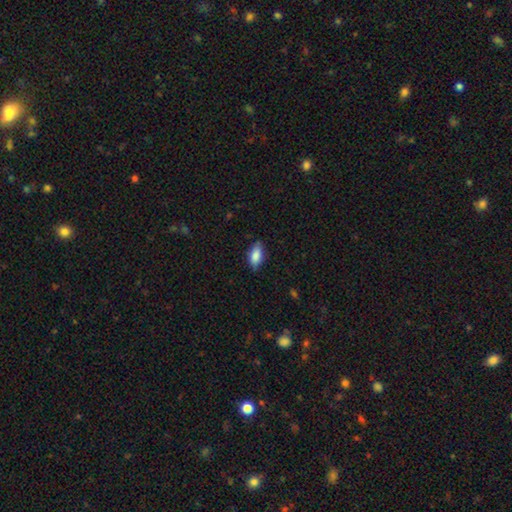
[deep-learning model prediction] A smooth galaxy with no disk features (84%) that is in between round and cigar-shaped (88%).

Vote fractions:
- Smooth or featured? smooth: 84% / featured or disk: 9% / star or artifact: 7%
- How rounded? in between: 88% / cigar-shaped: 9% / round: 3%
- Merging? none: 77% / minor disturbance: 19% / major disturbance: 3% / merger: 1%